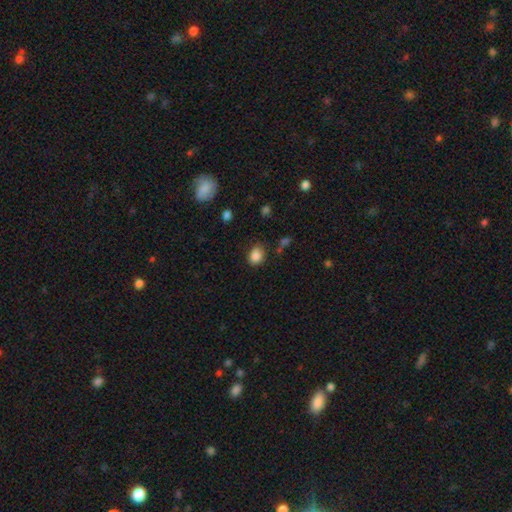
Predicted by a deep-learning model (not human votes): Smooth or featured: smooth — 86% (star or artifact — 10%)
How rounded: in between — 56% (round — 43%)
Merging: none — 75% (minor disturbance — 18%)